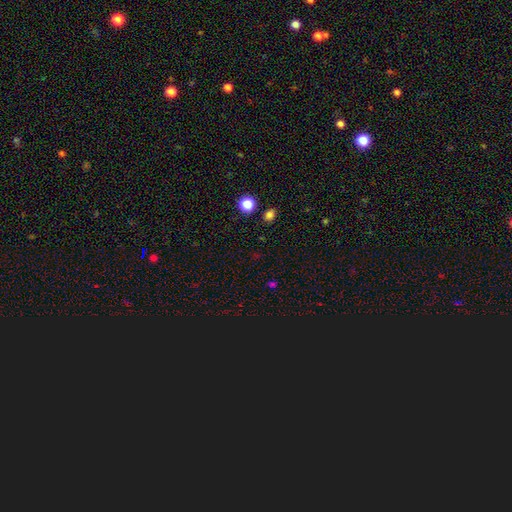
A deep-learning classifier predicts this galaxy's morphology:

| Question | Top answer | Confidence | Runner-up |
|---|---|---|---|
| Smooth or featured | star or artifact | 49% | smooth (45%) |